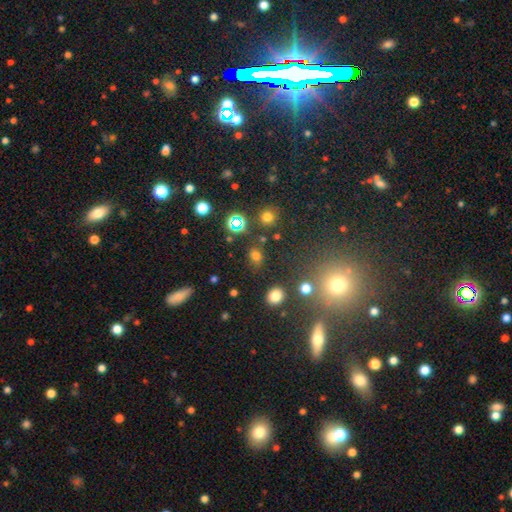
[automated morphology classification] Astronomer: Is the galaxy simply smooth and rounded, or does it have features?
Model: smooth — 67%.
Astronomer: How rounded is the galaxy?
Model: in between — 54% (runner-up: round, 44%).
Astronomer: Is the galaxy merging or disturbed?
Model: none — 74%.